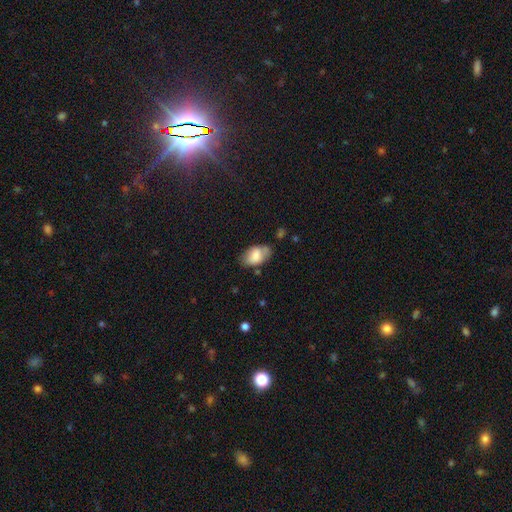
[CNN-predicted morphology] This appears to be a smooth galaxy with no disk features (76%) that is in between round and cigar-shaped (92%). Merging: none (61%).